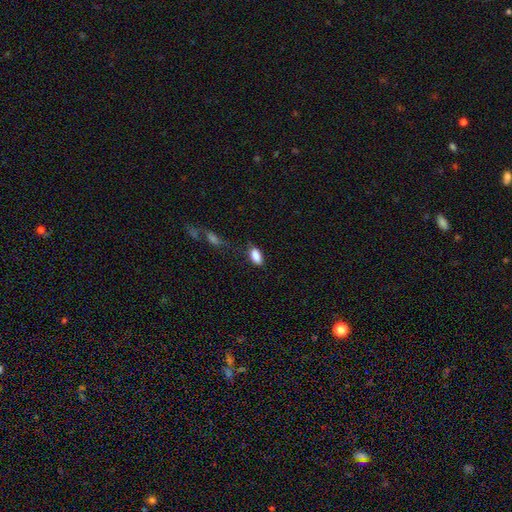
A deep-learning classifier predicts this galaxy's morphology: Smooth or featured: smooth — 87% (star or artifact — 8%)
How rounded: in between — 91% (cigar-shaped — 5%)
Merging: none — 68% (minor disturbance — 21%)